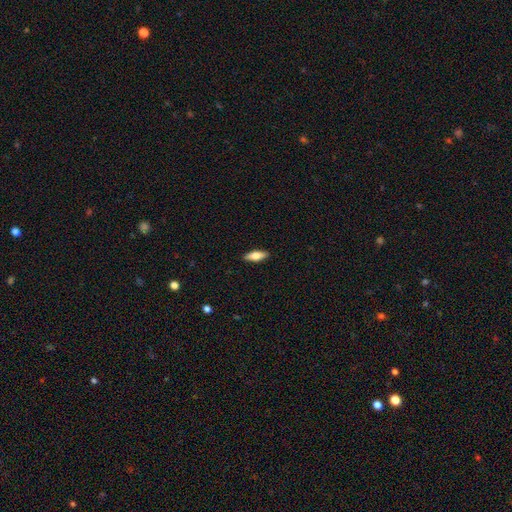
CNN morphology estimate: The model was most divided on "how rounded": in between: 63%, cigar-shaped: 35%, round: 2%. More confident: merging — none (90%); smooth or featured — smooth (70%).